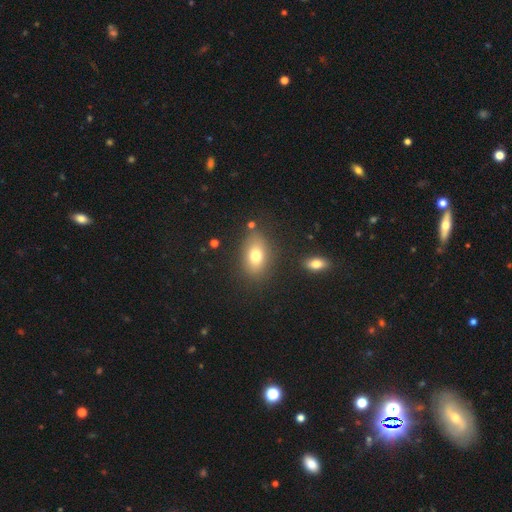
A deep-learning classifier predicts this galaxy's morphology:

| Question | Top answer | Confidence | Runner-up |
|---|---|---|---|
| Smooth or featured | smooth | 75% | featured or disk (14%) |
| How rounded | in between | 83% | round (15%) |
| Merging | none | 80% | minor disturbance (12%) |